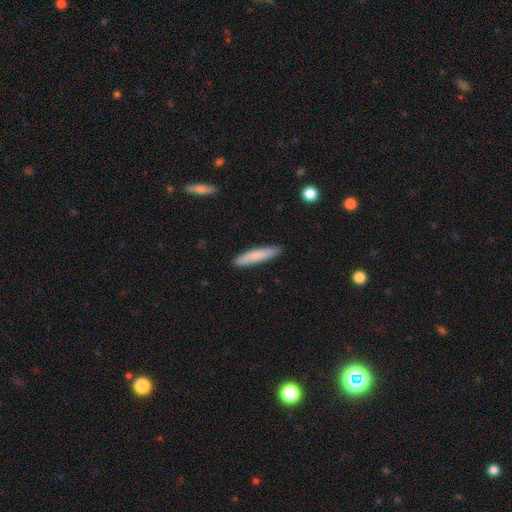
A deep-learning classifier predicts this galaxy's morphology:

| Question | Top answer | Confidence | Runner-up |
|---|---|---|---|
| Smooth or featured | smooth | 80% | featured or disk (15%) |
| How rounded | cigar-shaped | 89% | in between (10%) |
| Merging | none | 90% | minor disturbance (8%) |